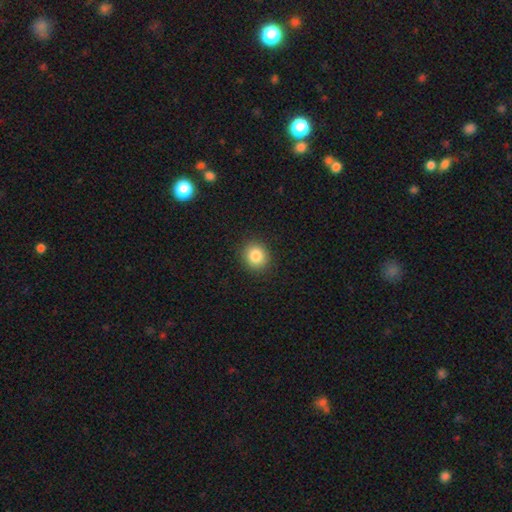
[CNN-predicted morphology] The model was most divided on "how rounded": round: 84%, in between: 15%, cigar-shaped: 1%. More confident: merging — none (91%); smooth or featured — smooth (84%).